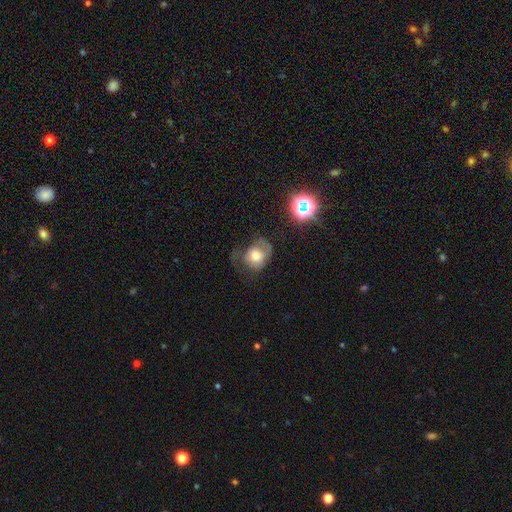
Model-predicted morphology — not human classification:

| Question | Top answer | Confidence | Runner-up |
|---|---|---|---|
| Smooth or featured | smooth | 57% | featured or disk (32%) |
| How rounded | round | 59% | in between (40%) |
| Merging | major disturbance | 39% | none (31%) |